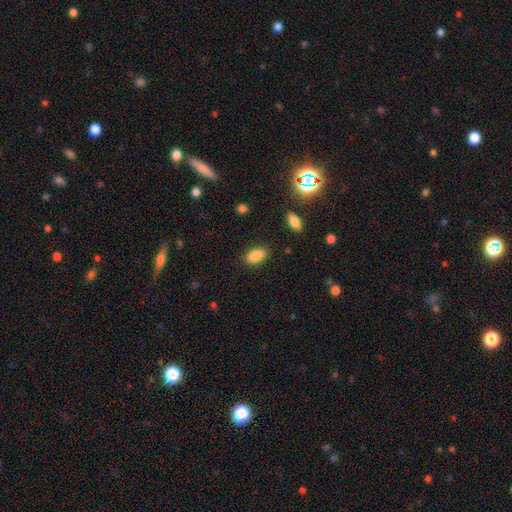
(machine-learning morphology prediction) Smooth or featured: smooth — 85% (star or artifact — 8%)
How rounded: in between — 89% (cigar-shaped — 6%)
Merging: none — 86% (minor disturbance — 10%)